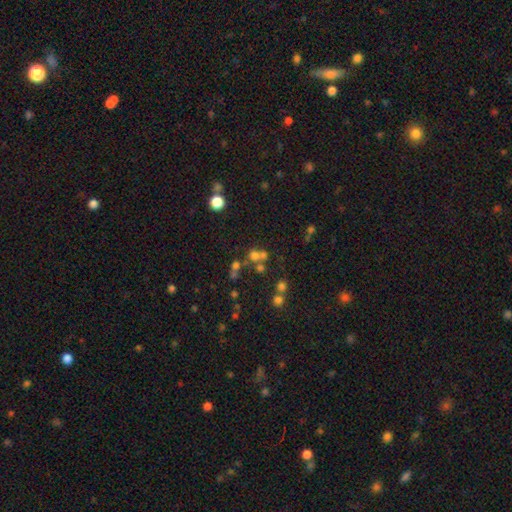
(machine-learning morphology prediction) smooth-or-featured: smooth: 55% | star or artifact: 26% | featured or disk: 19%
  how-rounded: round: 81% | in between: 18% | cigar-shaped: 1%
  merging: none: 46% | merger: 39% | minor disturbance: 9% | major disturbance: 6%